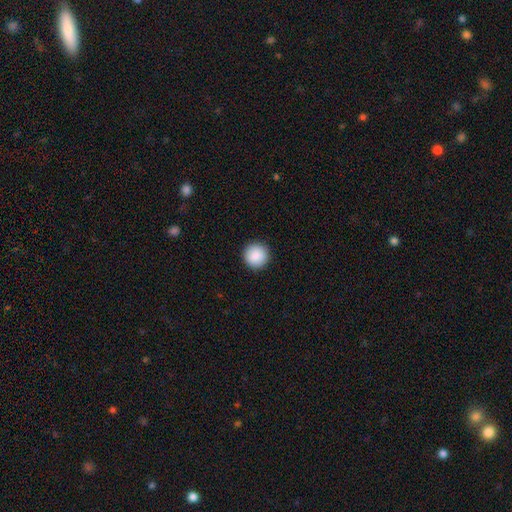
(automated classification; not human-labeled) Q: Smooth or featured?
A: smooth (89%); runner-up: star or artifact (7%)
Q: How rounded?
A: round (96%); runner-up: in between (3%)
Q: Merging?
A: none (93%); runner-up: minor disturbance (5%)